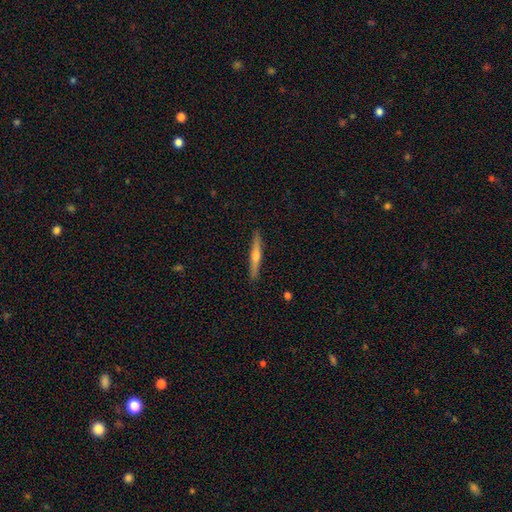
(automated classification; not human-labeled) Smooth or featured: featured or disk — 62% (smooth — 32%)
Edge-on disk: yes — 97% (no — 3%)
Edge-on bulge: rounded — 78% (none — 16%)
Merging: none — 91% (minor disturbance — 7%)